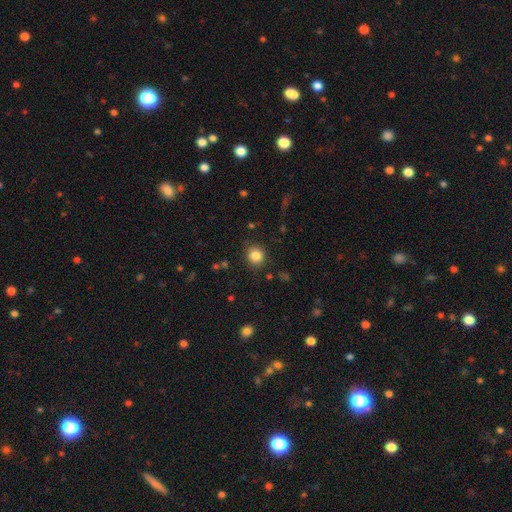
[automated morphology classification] smooth_or_featured: smooth (p=0.84) [alt: star or artifact p=0.11]
how_rounded: round (p=0.87) [alt: in between p=0.12]
merging: none (p=0.87) [alt: minor disturbance p=0.09]